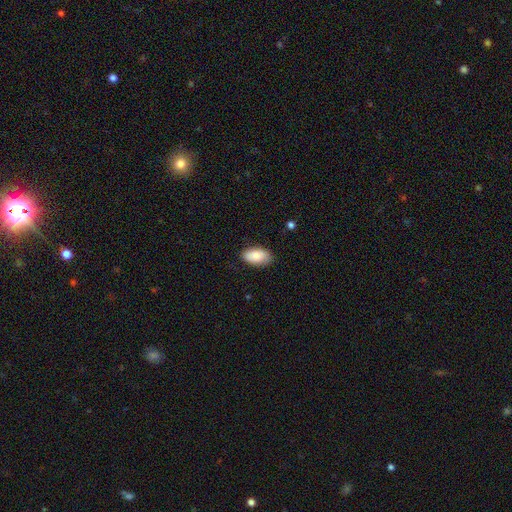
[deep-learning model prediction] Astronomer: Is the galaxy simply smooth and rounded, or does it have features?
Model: smooth — 86%.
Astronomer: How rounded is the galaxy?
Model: in between — 95%.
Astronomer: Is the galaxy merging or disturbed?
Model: none — 82%.